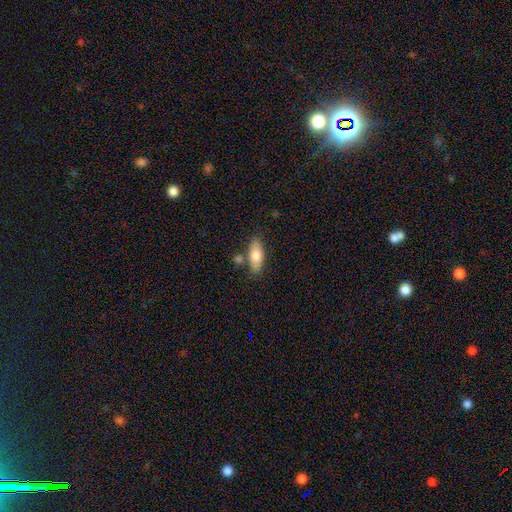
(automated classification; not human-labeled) Morphology: type=smooth (74%); roundness=in between (75%); merging=none (68%).